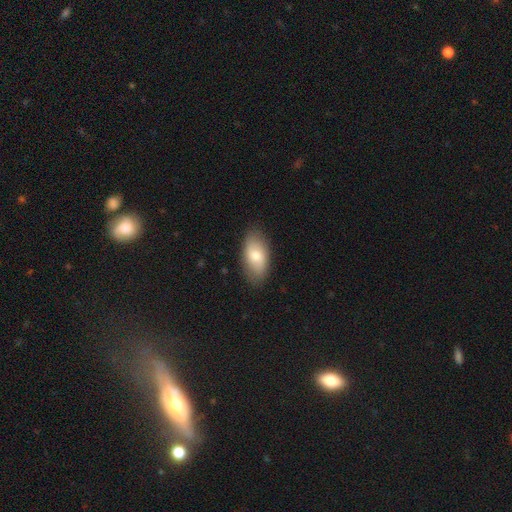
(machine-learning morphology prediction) smooth-or-featured: smooth: 74% | featured or disk: 20% | star or artifact: 6%
  how-rounded: in between: 93% | round: 4% | cigar-shaped: 3%
  merging: none: 84% | minor disturbance: 12% | major disturbance: 3% | merger: 1%